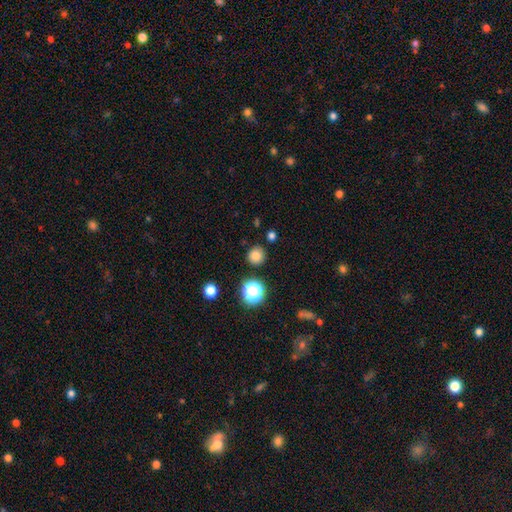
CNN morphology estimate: The model was most divided on "smooth or featured": smooth: 79%, star or artifact: 16%, featured or disk: 5%. More confident: how rounded — round (92%); merging — none (87%).